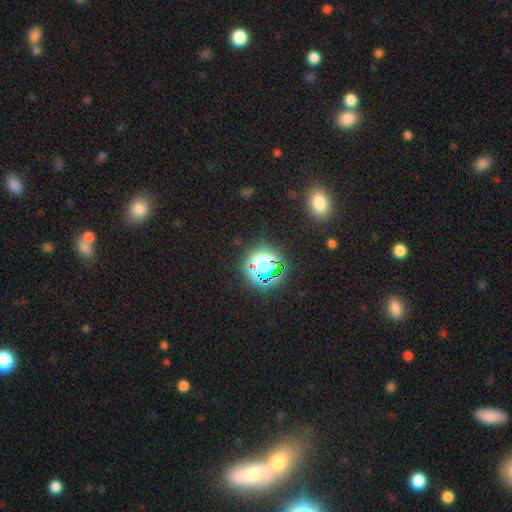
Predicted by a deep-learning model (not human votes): Overall: star or artifact (69%).